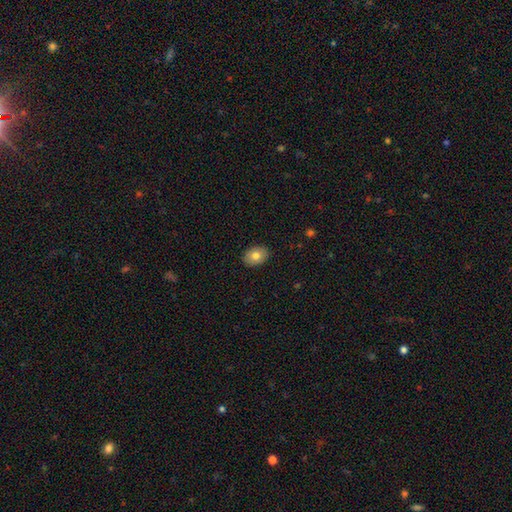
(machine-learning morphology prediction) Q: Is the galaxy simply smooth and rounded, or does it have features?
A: smooth — 78%.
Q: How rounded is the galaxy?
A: in between — 75%.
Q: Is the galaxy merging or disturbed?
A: none — 89%.